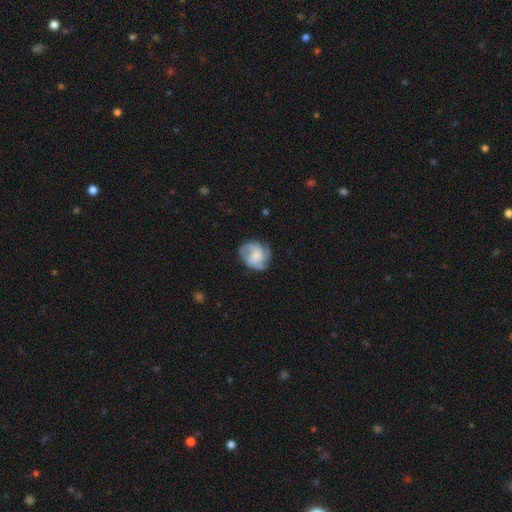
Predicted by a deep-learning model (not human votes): Smooth or featured? Predicted: featured or disk (p=0.63). Edge-on disk? Predicted: no (p=0.98). Bar? Predicted: no (p=0.66). Spiral arms? Predicted: yes (p=0.93). Spiral winding? Predicted: medium (p=0.47). Spiral arm count? Predicted: 3 (p=0.52). Bulge size? Predicted: moderate (p=0.34). Merging? Predicted: none (p=0.73).